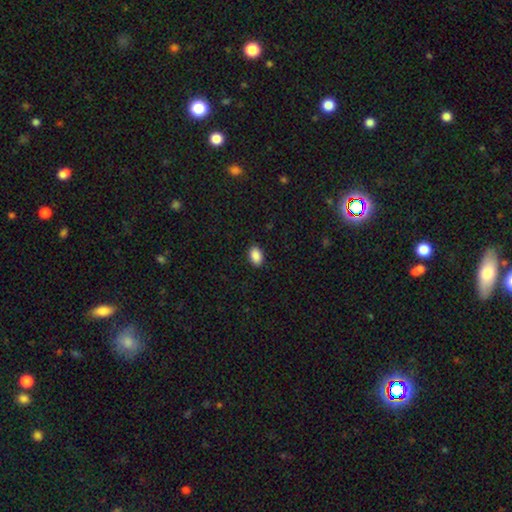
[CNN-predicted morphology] This appears to be a smooth galaxy with no disk features (89%) that is in between round and cigar-shaped (87%). Merging: none (89%).